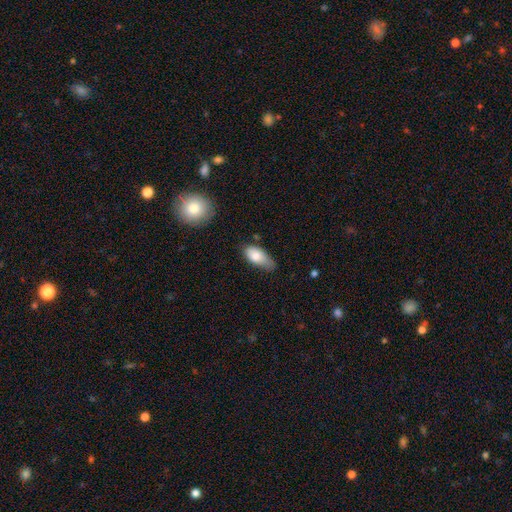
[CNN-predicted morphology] smooth_or_featured: smooth (p=0.80) [alt: featured or disk p=0.14]
how_rounded: in between (p=0.88) [alt: cigar-shaped p=0.08]
merging: none (p=0.43) [alt: minor disturbance p=0.41]